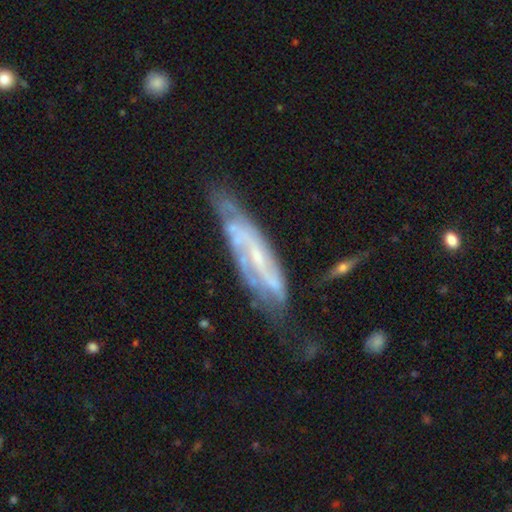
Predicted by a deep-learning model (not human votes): Smooth or featured? featured or disk (78%)
Edge-on disk? no (72%)
Bar? weak (39%)
Spiral arms? yes (86%)
Bulge size? small (66%)
Merging? none (55%)